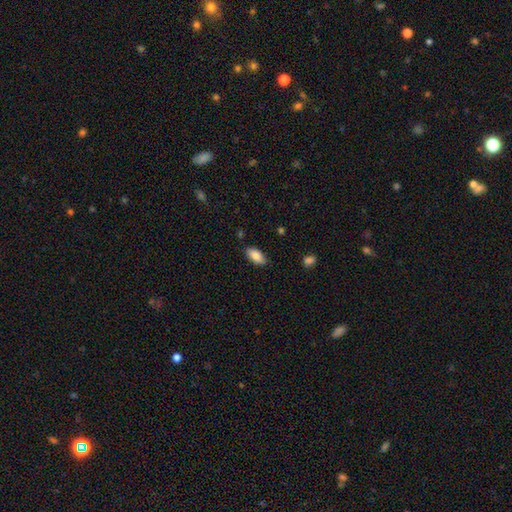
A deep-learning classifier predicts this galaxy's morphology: Smooth or featured?
  - smooth: 87% *
  - star or artifact: 7%
  - featured or disk: 7%
How rounded?
  - in between: 91% *
  - cigar-shaped: 6%
  - round: 2%
Merging?
  - none: 83% *
  - minor disturbance: 12%
  - major disturbance: 3%
  - merger: 2%